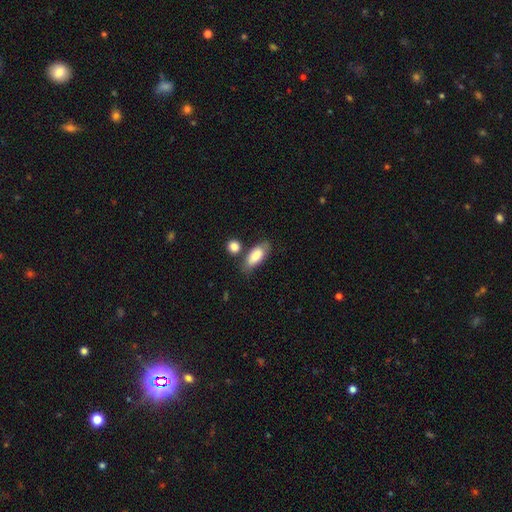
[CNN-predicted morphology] This is clearly a smooth galaxy (82%). How rounded: clearly in between (84%). Merging: likely none (66%).